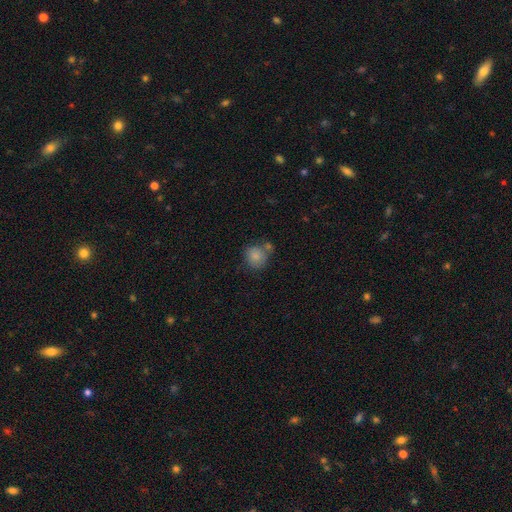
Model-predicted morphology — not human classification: Smooth or featured? smooth (84%)
How rounded? round (84%)
Merging? none (57%)